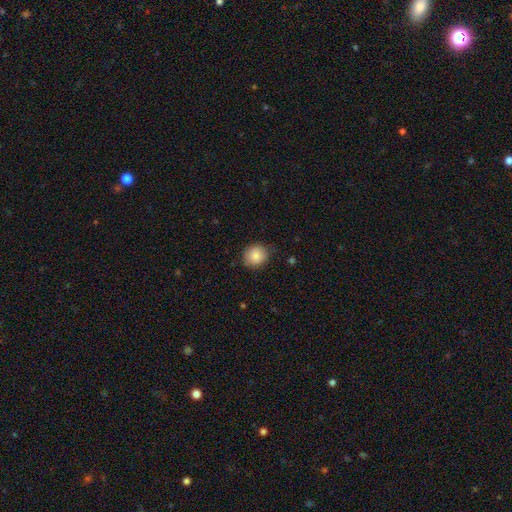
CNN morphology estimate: Smooth or featured? Predicted: smooth (p=0.86). How rounded? Predicted: round (p=0.82). Merging? Predicted: none (p=0.79).